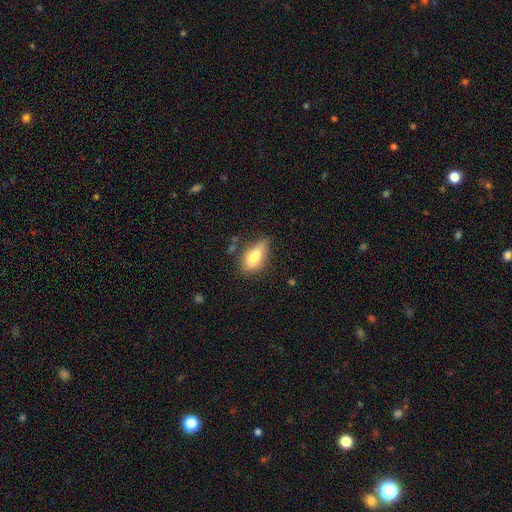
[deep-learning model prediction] smooth_or_featured: smooth (p=0.74) [alt: featured or disk p=0.18]
how_rounded: in between (p=0.82) [alt: cigar-shaped p=0.14]
merging: none (p=0.58) [alt: minor disturbance p=0.29]